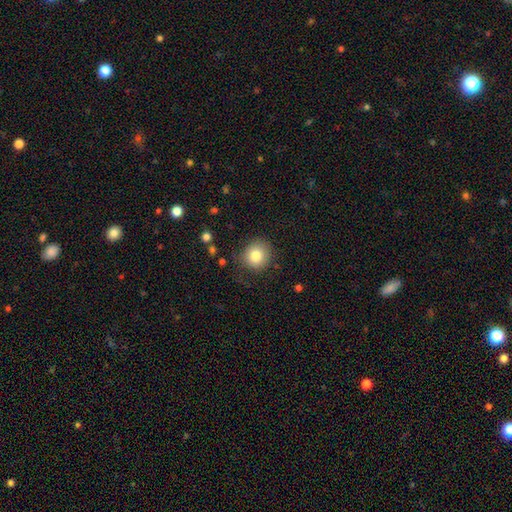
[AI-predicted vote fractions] A smooth galaxy with no disk features (81%) that is round (86%). Merging: none (79%).